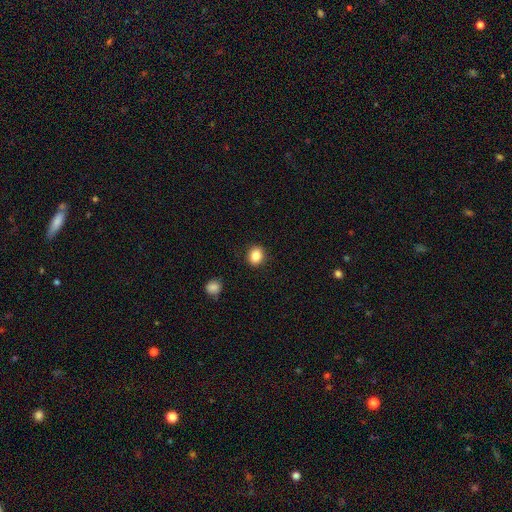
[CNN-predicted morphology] This appears to be a smooth galaxy with no disk features (86%) that is round (59%). Merging: none (89%).